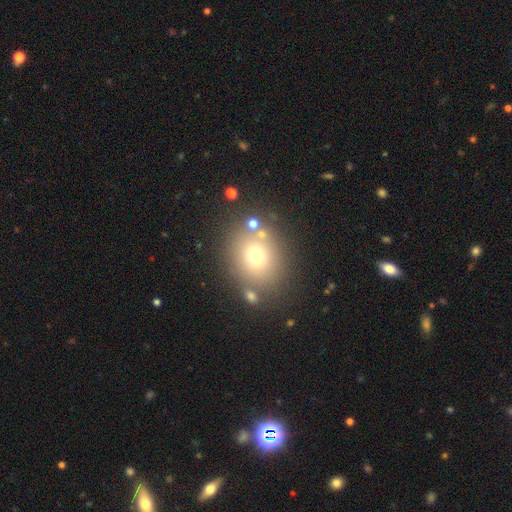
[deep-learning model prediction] Q: Smooth or featured?
A: smooth (69%); runner-up: star or artifact (16%)
Q: How rounded?
A: round (63%); runner-up: in between (36%)
Q: Merging?
A: none (77%); runner-up: minor disturbance (10%)